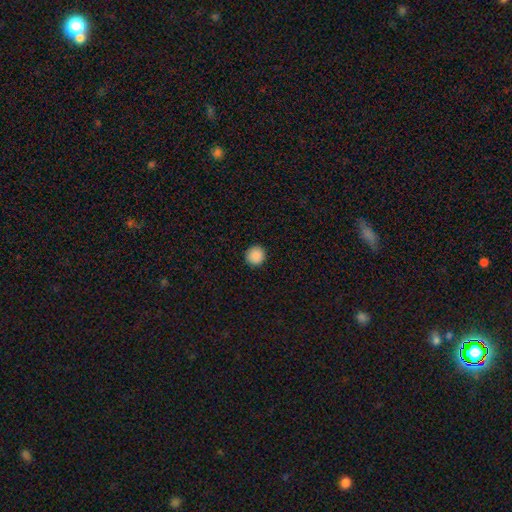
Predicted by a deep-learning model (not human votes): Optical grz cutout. It shows a smooth galaxy with no disk features (89%) that is round (95%). Merging: none (93%).